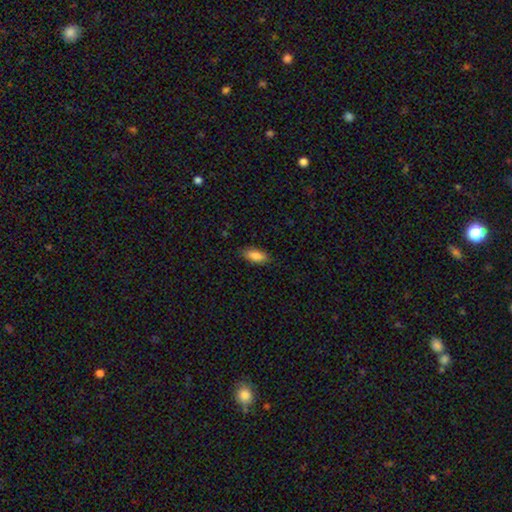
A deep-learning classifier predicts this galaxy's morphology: smooth_or_featured: smooth (p=0.85) [alt: featured or disk p=0.08]
how_rounded: in between (p=0.85) [alt: cigar-shaped p=0.13]
merging: none (p=0.85) [alt: minor disturbance p=0.11]